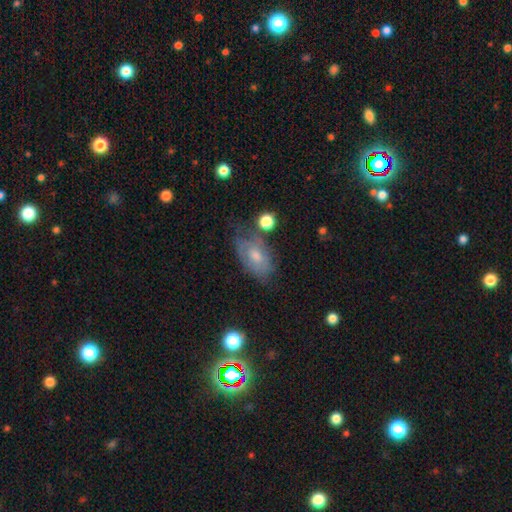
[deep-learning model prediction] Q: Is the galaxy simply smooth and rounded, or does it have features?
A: smooth — 46%.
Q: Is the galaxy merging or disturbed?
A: none — 51%.